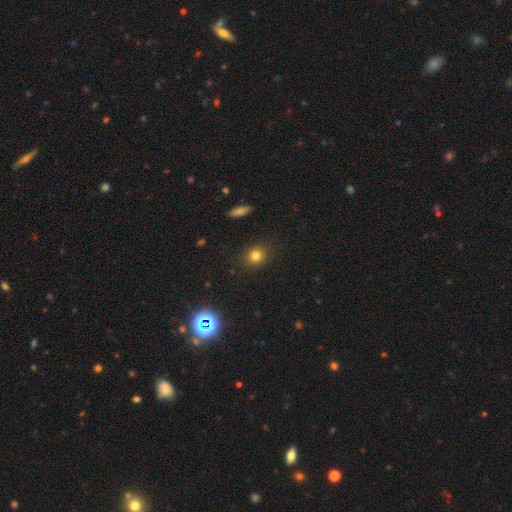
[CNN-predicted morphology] Smooth or featured?
  - smooth: 79% *
  - star or artifact: 14%
  - featured or disk: 7%
How rounded?
  - round: 78% *
  - in between: 20%
  - cigar-shaped: 1%
Merging?
  - none: 88% *
  - minor disturbance: 8%
  - major disturbance: 3%
  - merger: 1%